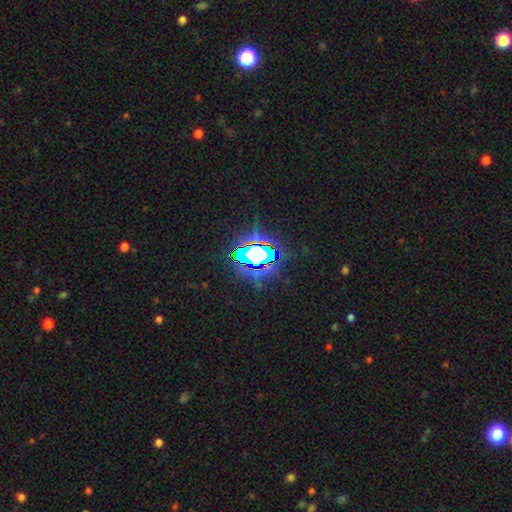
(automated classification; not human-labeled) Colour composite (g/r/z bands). It shows a star or artifact, not a galaxy (75%).